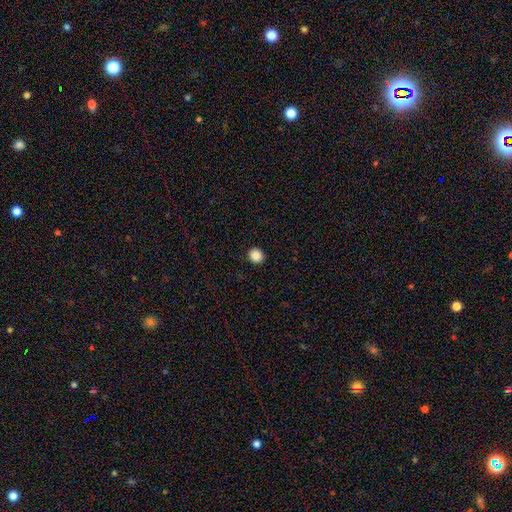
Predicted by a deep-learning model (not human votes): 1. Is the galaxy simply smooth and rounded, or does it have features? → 88% smooth, 10% star or artifact, 3% featured or disk.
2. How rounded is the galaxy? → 86% round, 13% in between, 1% cigar-shaped.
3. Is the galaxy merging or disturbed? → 93% none, 5% minor disturbance, 2% major disturbance, 1% merger.